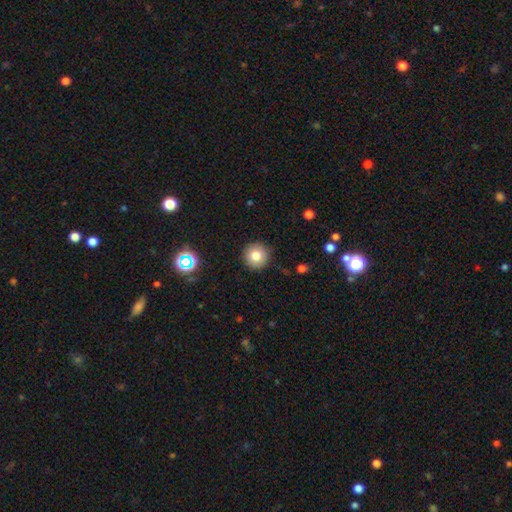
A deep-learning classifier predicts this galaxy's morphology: Smooth or featured? Predicted: smooth (p=0.79). How rounded? Predicted: round (p=0.95). Merging? Predicted: none (p=0.90).